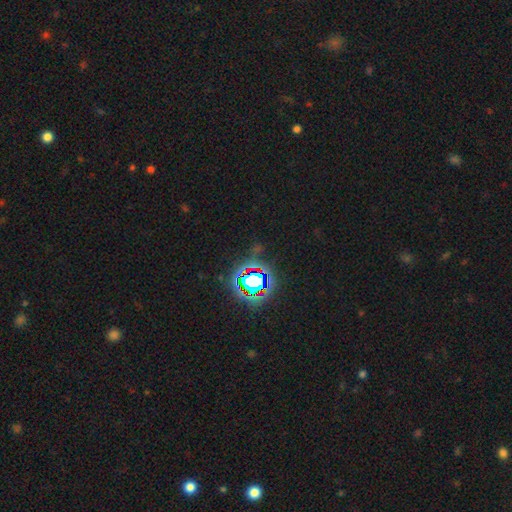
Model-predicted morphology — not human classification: A star or artifact, not a galaxy (78%).